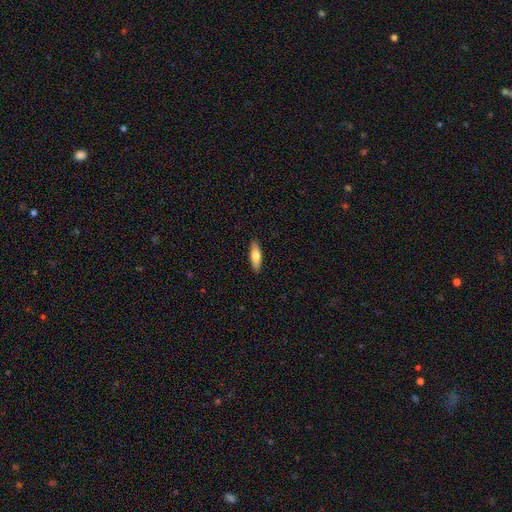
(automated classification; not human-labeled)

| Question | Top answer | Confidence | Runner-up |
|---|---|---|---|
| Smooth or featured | smooth | 74% | featured or disk (21%) |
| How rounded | cigar-shaped | 50% | in between (48%) |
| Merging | none | 88% | minor disturbance (9%) |